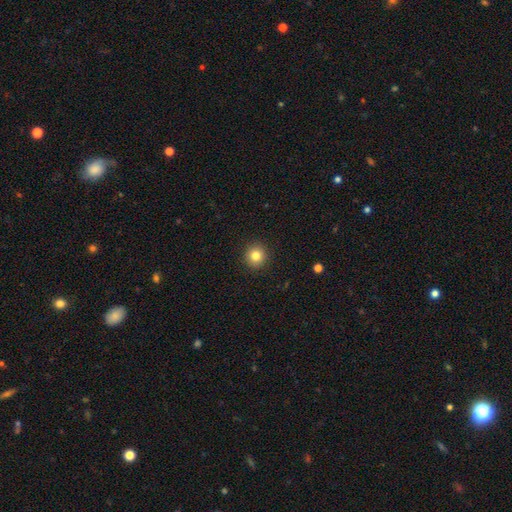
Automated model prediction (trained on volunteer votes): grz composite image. It shows a smooth galaxy with no disk features (82%) that is round (93%). Merging: none (92%).